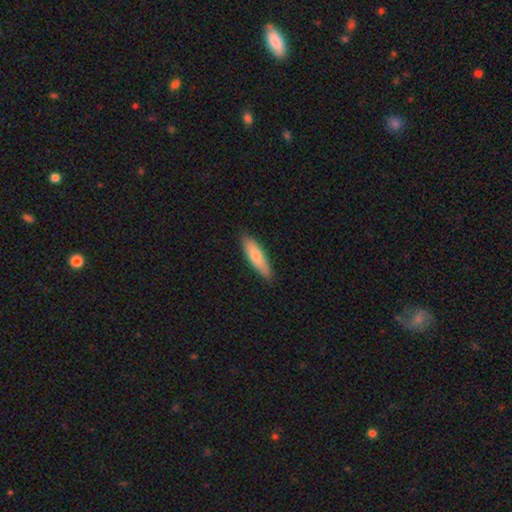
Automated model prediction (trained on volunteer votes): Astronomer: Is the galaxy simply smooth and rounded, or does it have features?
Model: smooth — 74%.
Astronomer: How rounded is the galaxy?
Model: cigar-shaped — 61% (runner-up: in between, 37%).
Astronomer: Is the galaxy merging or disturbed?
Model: none — 85%.